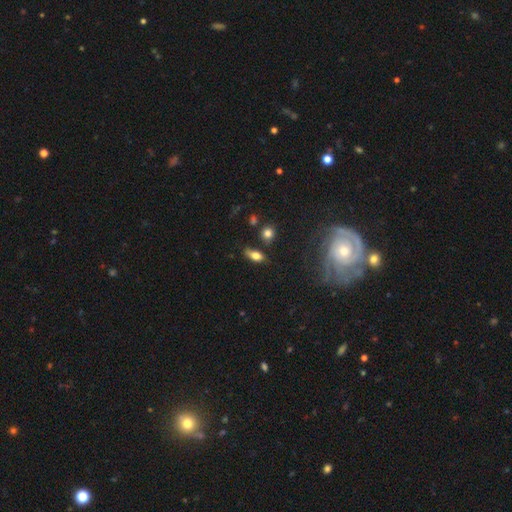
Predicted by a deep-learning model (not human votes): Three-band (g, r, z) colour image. It shows a smooth galaxy with no disk features (68%) that is in between round and cigar-shaped (76%). Merging: none (65%).